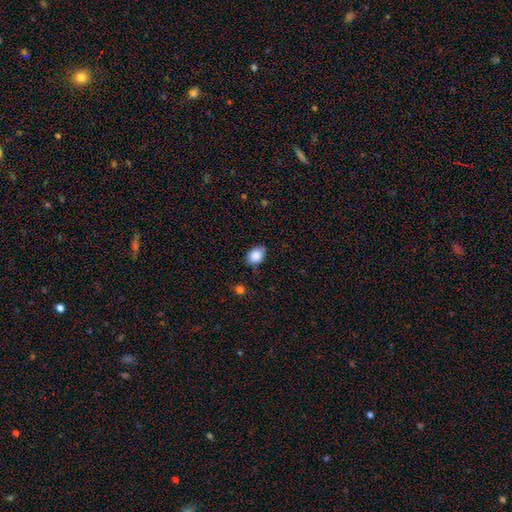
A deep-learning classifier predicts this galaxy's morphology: smooth-or-featured: smooth: 87% | star or artifact: 8% | featured or disk: 5%
  how-rounded: in between: 72% | round: 27% | cigar-shaped: 1%
  merging: none: 74% | minor disturbance: 21% | major disturbance: 4% | merger: 2%